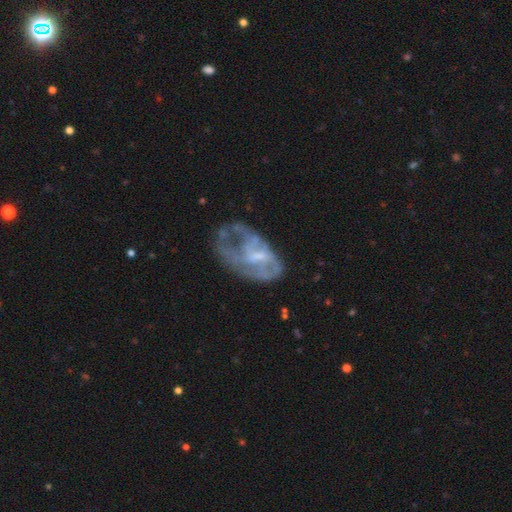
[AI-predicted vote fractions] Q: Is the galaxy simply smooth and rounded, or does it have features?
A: featured or disk — 67%.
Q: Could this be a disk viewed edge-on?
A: no — 96%.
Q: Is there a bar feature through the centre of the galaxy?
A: no — 54%.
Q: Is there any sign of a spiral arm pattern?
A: no — 58%.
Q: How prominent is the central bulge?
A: small — 38%.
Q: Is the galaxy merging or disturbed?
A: major disturbance — 38%.